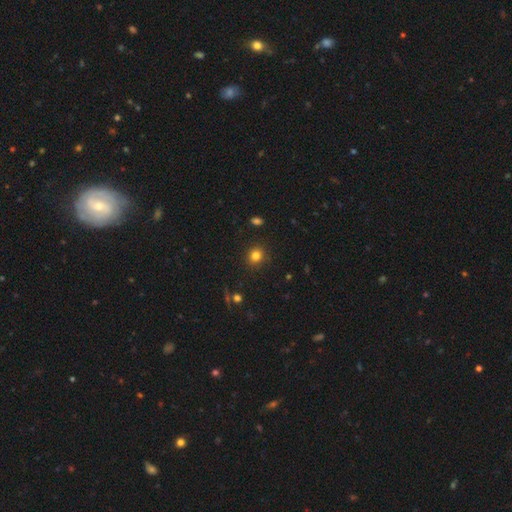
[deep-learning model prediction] Smooth or featured? smooth (81%)
How rounded? round (84%)
Merging? none (90%)